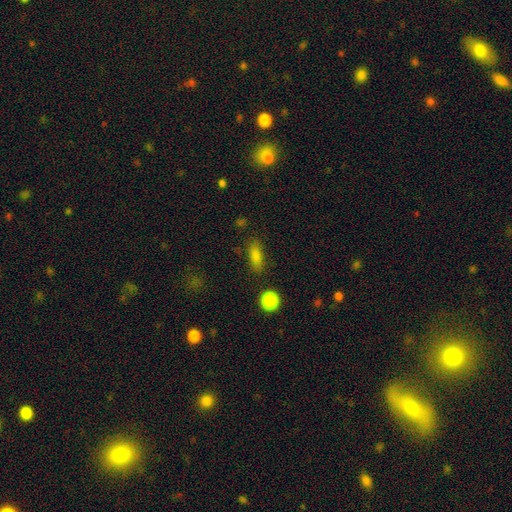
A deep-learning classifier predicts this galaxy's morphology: Q: Smooth or featured?
A: smooth (79%); runner-up: star or artifact (13%)
Q: How rounded?
A: in between (70%); runner-up: cigar-shaped (23%)
Q: Merging?
A: none (82%); runner-up: minor disturbance (12%)